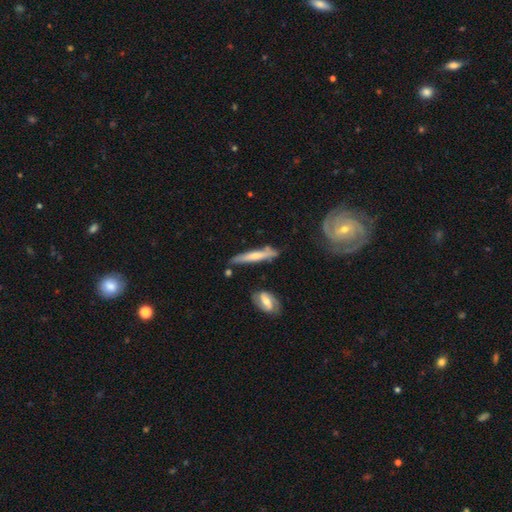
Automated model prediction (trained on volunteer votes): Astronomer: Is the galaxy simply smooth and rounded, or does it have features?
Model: smooth — 49% (runner-up: featured or disk, 45%).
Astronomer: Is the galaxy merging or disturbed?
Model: none — 68%.